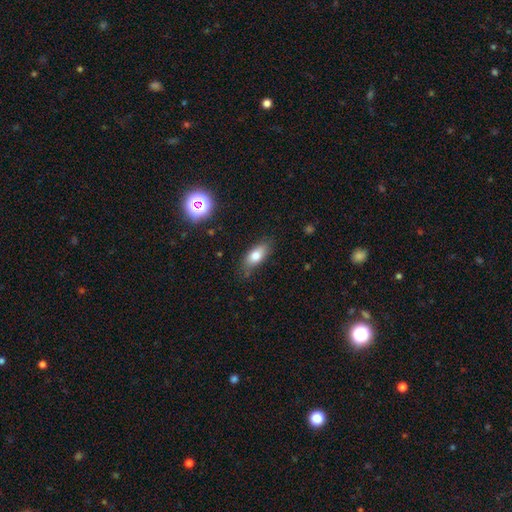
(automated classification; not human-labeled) Smooth or featured? smooth (76%)
How rounded? in between (81%)
Merging? none (78%)